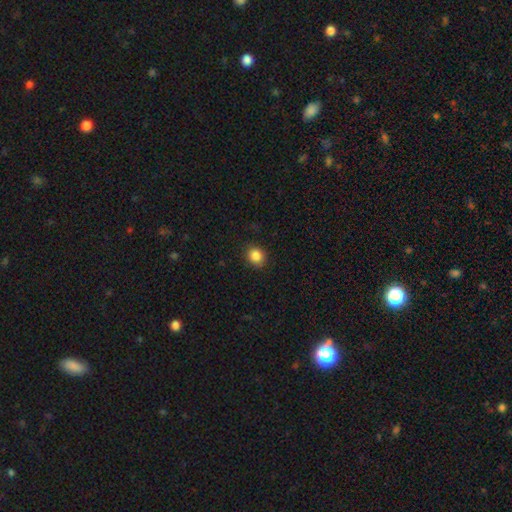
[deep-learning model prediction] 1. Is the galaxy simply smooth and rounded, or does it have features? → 86% smooth, 10% star or artifact, 3% featured or disk.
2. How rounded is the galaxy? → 78% round, 21% in between, 1% cigar-shaped.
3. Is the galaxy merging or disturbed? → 88% none, 9% minor disturbance, 2% major disturbance, 1% merger.